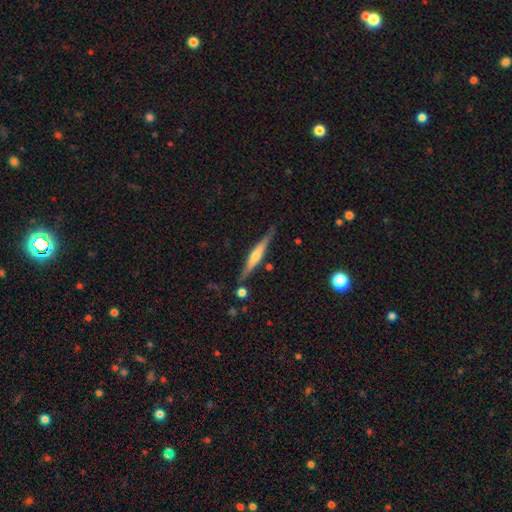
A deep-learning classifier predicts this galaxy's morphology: featured or disk 66%, smooth 28%, star or artifact 6%. Down the decision tree: edge-on disk — yes (97%); edge-on bulge — rounded (73%); merging — none (82%).